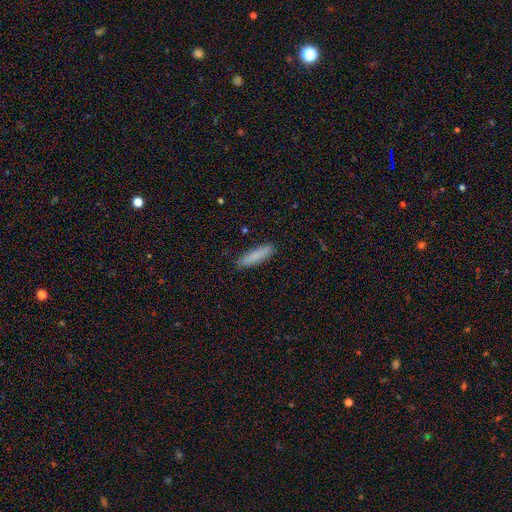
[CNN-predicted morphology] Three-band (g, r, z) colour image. It shows a smooth galaxy with no disk features (85%) that is cigar-shaped (81%). Merging: none (89%).